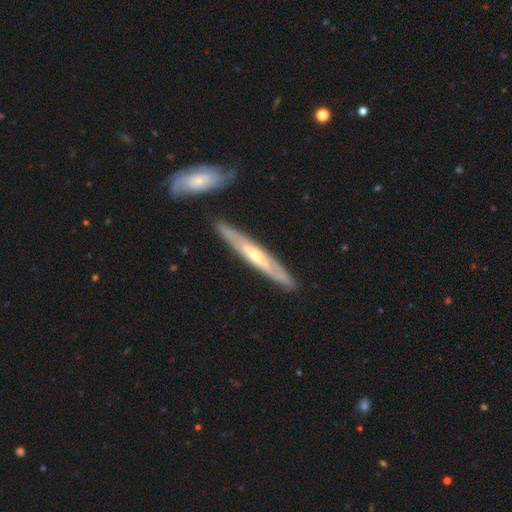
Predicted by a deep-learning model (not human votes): This appears to be a featured or disk galaxy (70%) viewed edge-on (72%) with a rounded central bulge (67%). Merging: none (82%).